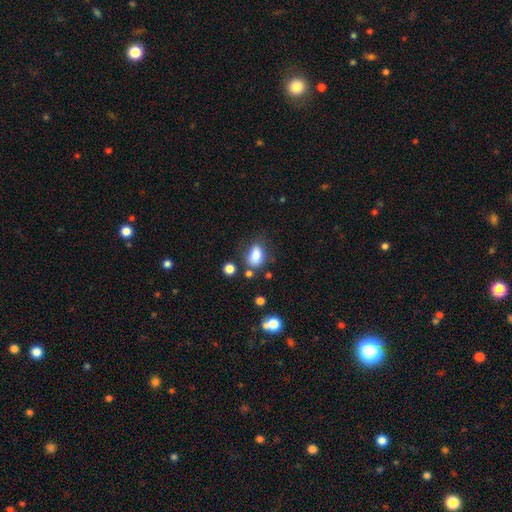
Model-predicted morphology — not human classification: smooth_or_featured: smooth (p=0.82) [alt: star or artifact p=0.10]
how_rounded: in between (p=0.81) [alt: round p=0.17]
merging: none (p=0.53) [alt: minor disturbance p=0.27]